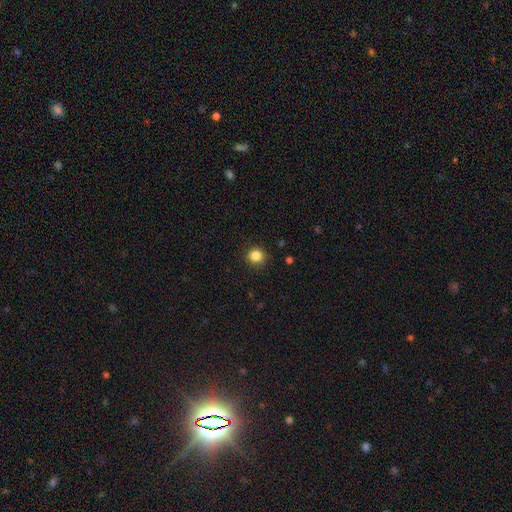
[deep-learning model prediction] Smooth or featured: smooth — 84% (star or artifact — 12%)
How rounded: round — 88% (in between — 11%)
Merging: none — 86% (minor disturbance — 11%)